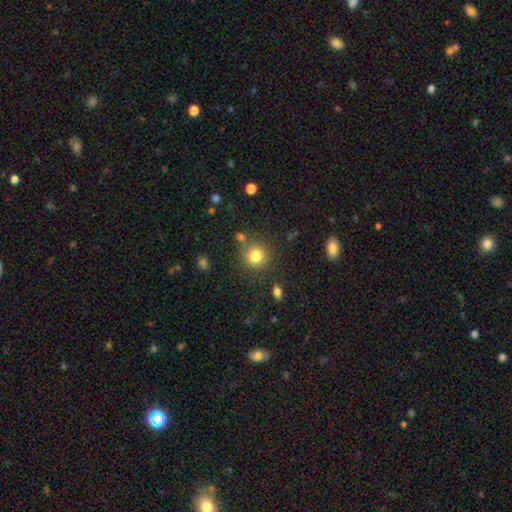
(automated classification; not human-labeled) Q: Smooth or featured?
A: smooth (81%); runner-up: star or artifact (12%)
Q: How rounded?
A: round (91%); runner-up: in between (8%)
Q: Merging?
A: none (80%); runner-up: minor disturbance (10%)